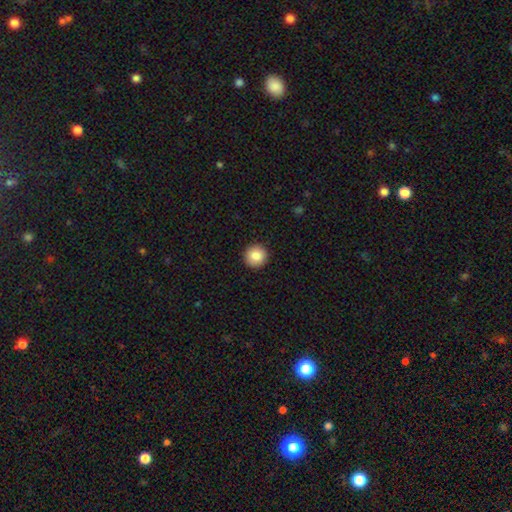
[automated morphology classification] Smooth or featured? Predicted: smooth (p=0.87). How rounded? Predicted: round (p=0.94). Merging? Predicted: none (p=0.92).